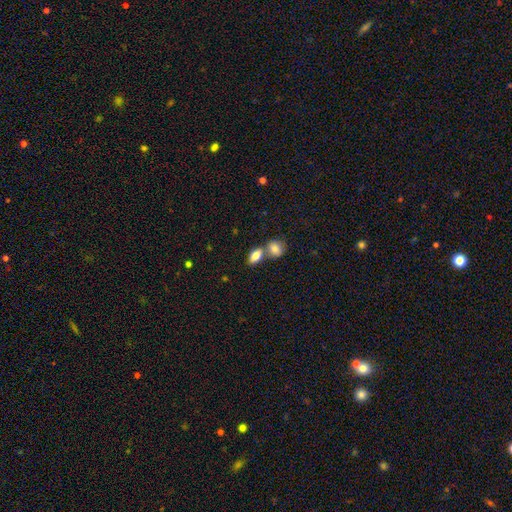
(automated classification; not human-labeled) This is clearly a smooth galaxy (80%). How rounded: clearly in between (86%). Merging: marginally merger (44%, tied with none).